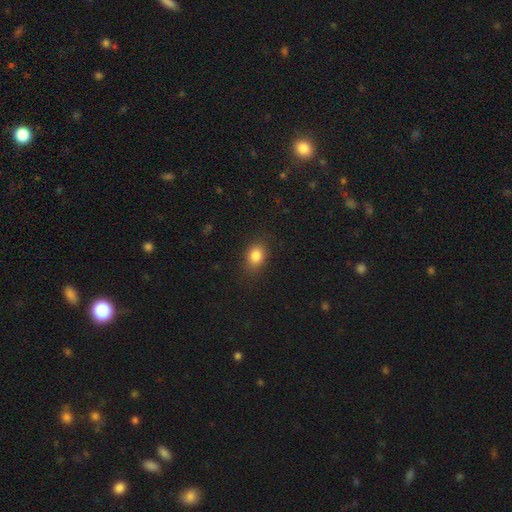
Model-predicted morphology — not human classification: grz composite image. It shows a smooth galaxy with no disk features (83%) that is in between round and cigar-shaped (64%). Merging: none (85%).